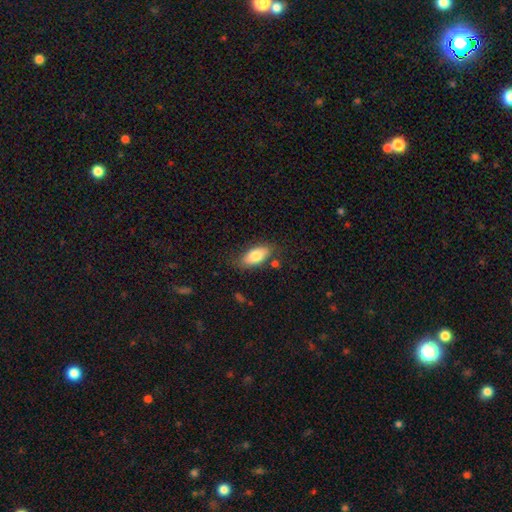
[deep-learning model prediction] The model was most divided on "merging": none: 75%, minor disturbance: 17%, major disturbance: 4%, merger: 4%. More confident: how rounded — in between (89%); smooth or featured — smooth (78%).